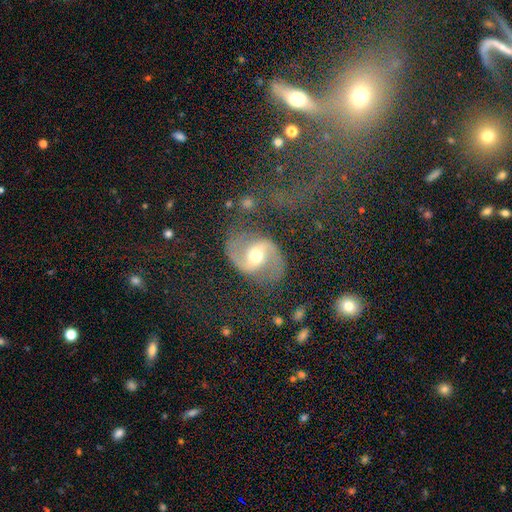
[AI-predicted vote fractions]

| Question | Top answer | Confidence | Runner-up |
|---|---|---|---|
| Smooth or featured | featured or disk | 89% | smooth (6%) |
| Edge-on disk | no | 98% | yes (2%) |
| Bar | weak | 42% | no (30%) |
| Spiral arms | yes | 96% | no (4%) |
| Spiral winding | medium | 45% | tied: loose (45%) |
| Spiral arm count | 2 | 94% | can't tell (2%) |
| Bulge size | moderate | 71% | small (21%) |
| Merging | none | 77% | minor disturbance (13%) |